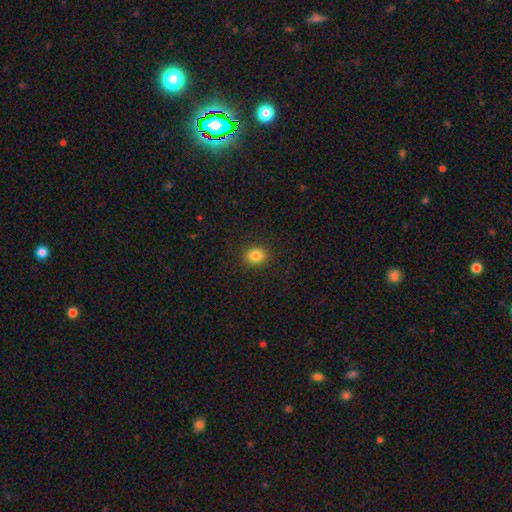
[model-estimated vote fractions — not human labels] A smooth galaxy with no disk features (83%) that is round (68%).

Vote fractions:
- Smooth or featured? smooth: 83% / star or artifact: 11% / featured or disk: 6%
- How rounded? round: 68% / in between: 31% / cigar-shaped: 1%
- Merging? none: 90% / minor disturbance: 7% / major disturbance: 2% / merger: 1%